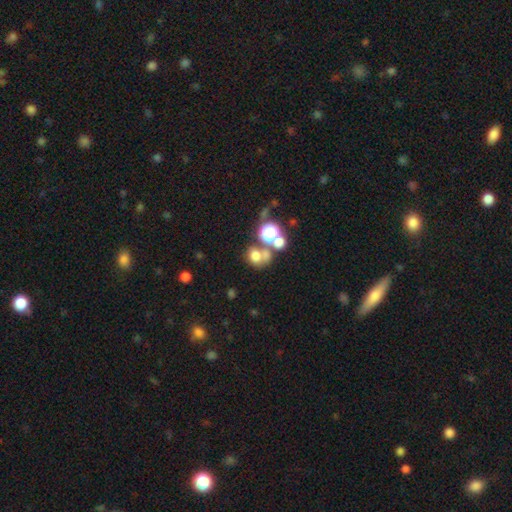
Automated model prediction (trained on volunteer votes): smooth_or_featured: smooth (p=0.64) [alt: star or artifact p=0.21]
how_rounded: round (p=0.62) [alt: in between p=0.37]
merging: merger (p=0.42) [alt: none p=0.40]